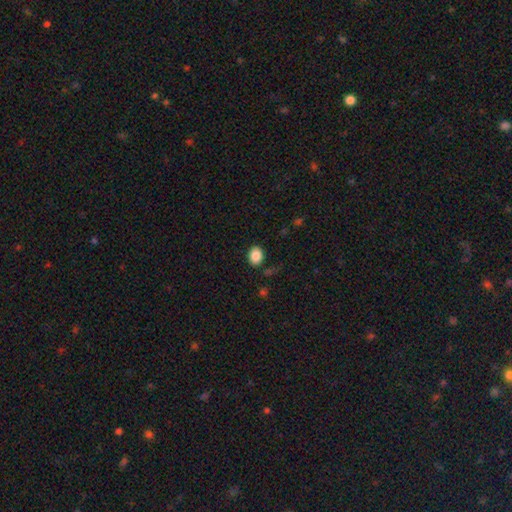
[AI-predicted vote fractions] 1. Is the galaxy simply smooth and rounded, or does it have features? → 87% smooth, 9% star or artifact, 5% featured or disk.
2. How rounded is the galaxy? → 63% in between, 36% round, 1% cigar-shaped.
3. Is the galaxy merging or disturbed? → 84% none, 11% minor disturbance, 3% major disturbance, 2% merger.